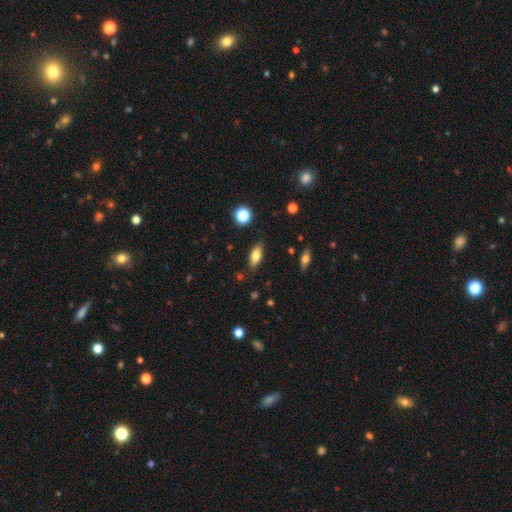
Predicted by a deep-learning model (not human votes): Smooth or featured: smooth — 73% (featured or disk — 18%)
How rounded: in between — 80% (cigar-shaped — 16%)
Merging: none — 84% (minor disturbance — 12%)